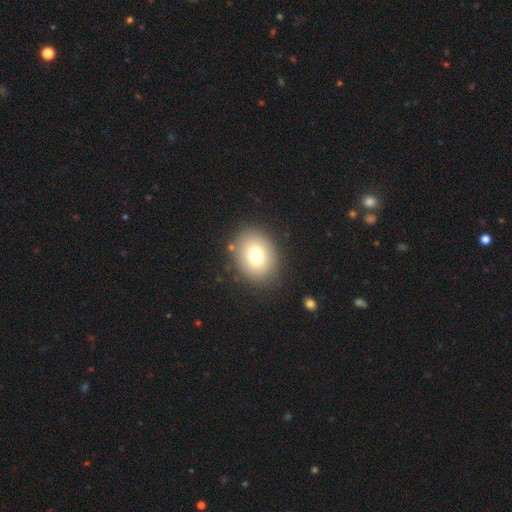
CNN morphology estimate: type=smooth (76%); roundness=in between (54%); merging=none (85%).